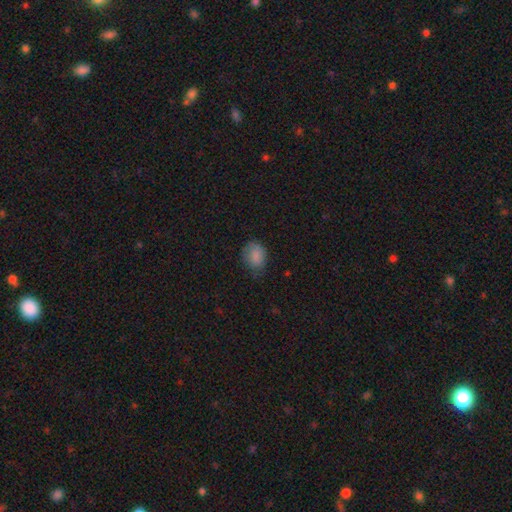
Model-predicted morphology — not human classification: smooth 84%, star or artifact 8%, featured or disk 8%. Down the decision tree: how rounded — in between (59%); merging — none (63%).